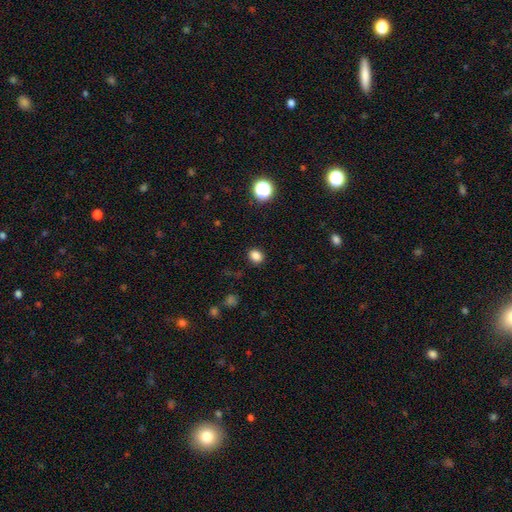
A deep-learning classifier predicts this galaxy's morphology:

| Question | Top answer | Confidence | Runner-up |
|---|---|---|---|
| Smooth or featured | smooth | 83% | star or artifact (13%) |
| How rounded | round | 57% | in between (42%) |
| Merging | none | 88% | minor disturbance (8%) |